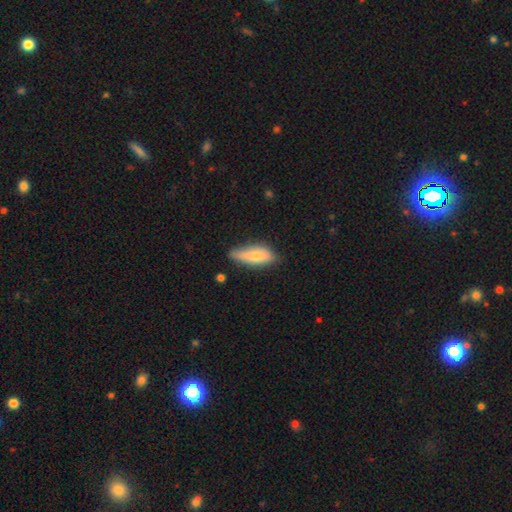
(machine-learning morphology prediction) This appears to be a smooth galaxy with no disk features (71%) that is in between round and cigar-shaped (62%). Merging: none (57%).